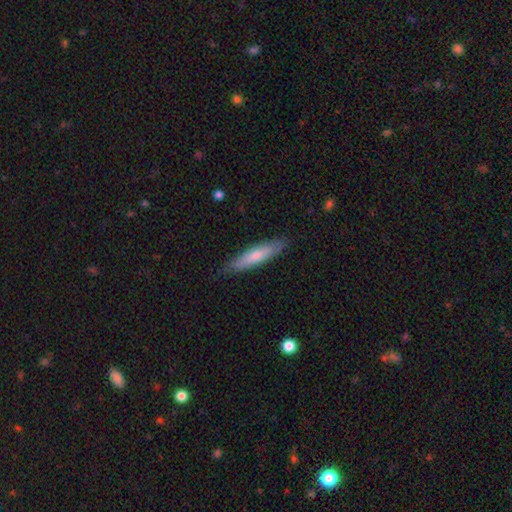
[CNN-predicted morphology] The model was most divided on "smooth or featured": smooth: 69%, featured or disk: 26%, star or artifact: 5%. More confident: how rounded — cigar-shaped (82%); merging — none (82%).